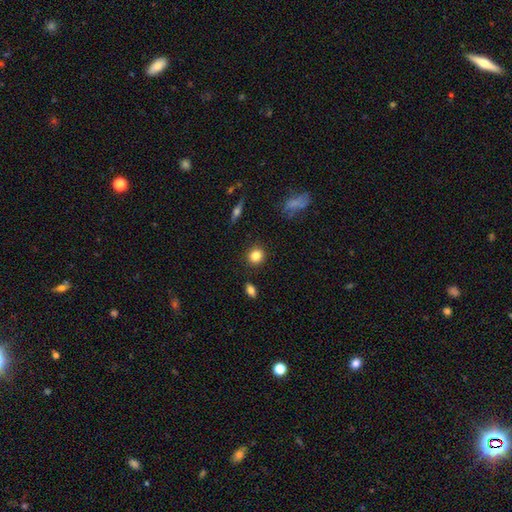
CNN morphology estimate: A smooth galaxy with no disk features (84%) that is round (82%).

Vote fractions:
- Smooth or featured? smooth: 84% / star or artifact: 9% / featured or disk: 7%
- How rounded? round: 82% / in between: 17% / cigar-shaped: 1%
- Merging? none: 89% / minor disturbance: 7% / major disturbance: 2% / merger: 2%